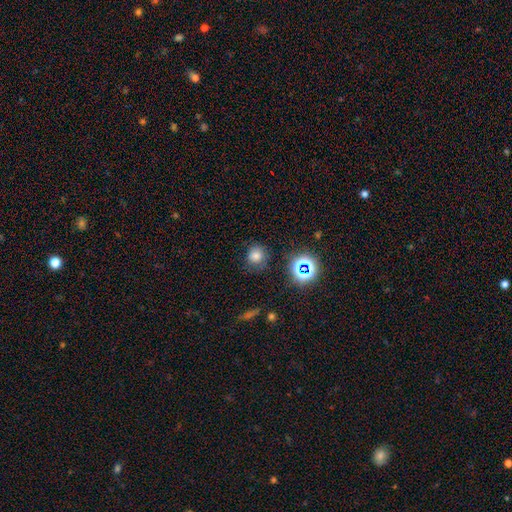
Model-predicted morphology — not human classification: Smooth or featured? Predicted: smooth (p=0.72). How rounded? Predicted: round (p=0.83). Merging? Predicted: none (p=0.76).